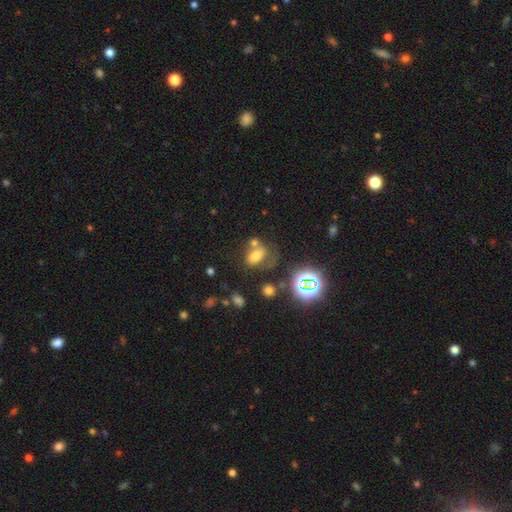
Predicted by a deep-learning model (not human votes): smooth 56%, star or artifact 25%, featured or disk 20%. Down the decision tree: how rounded — in between (77%); merging — none (41%).